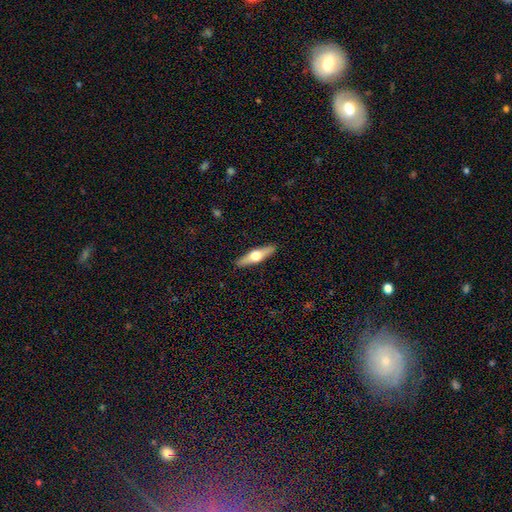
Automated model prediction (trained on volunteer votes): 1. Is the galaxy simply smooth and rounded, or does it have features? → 59% featured or disk, 36% smooth, 5% star or artifact.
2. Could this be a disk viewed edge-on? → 95% yes, 5% no.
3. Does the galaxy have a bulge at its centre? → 96% rounded, 2% boxy, 2% none.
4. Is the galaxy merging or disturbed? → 91% none, 6% minor disturbance, 1% major disturbance, 1% merger.